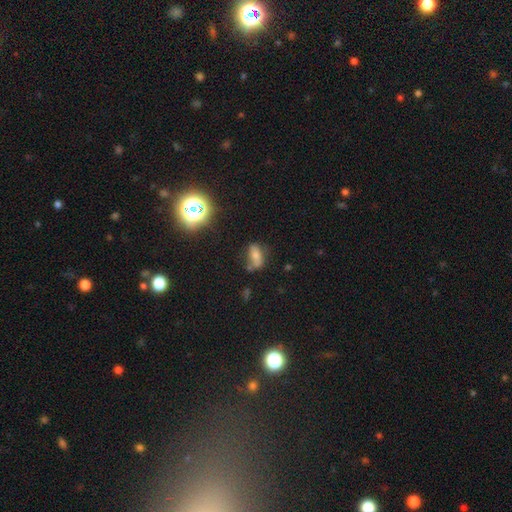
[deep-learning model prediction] The model was most divided on "merging": none: 54%, minor disturbance: 25%, major disturbance: 10%, merger: 10%. More confident: how rounded — in between (78%); smooth or featured — smooth (60%).